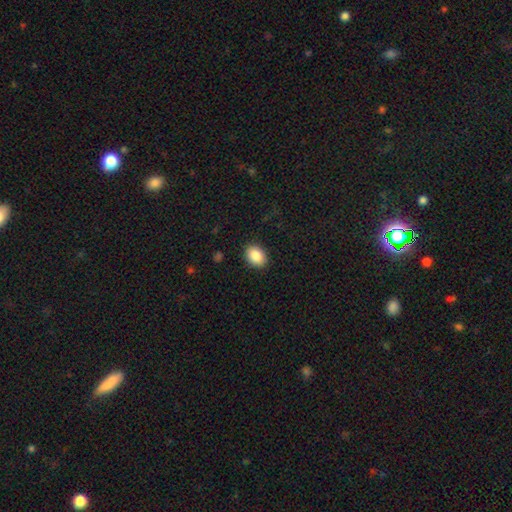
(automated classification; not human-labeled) Q: Smooth or featured?
A: smooth (88%); runner-up: star or artifact (8%)
Q: How rounded?
A: in between (72%); runner-up: round (27%)
Q: Merging?
A: none (89%); runner-up: minor disturbance (8%)